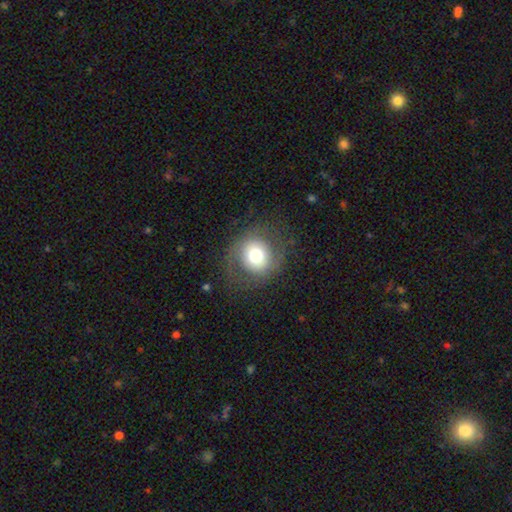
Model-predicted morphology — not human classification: type=smooth (62%); roundness=round (87%); merging=none (76%).